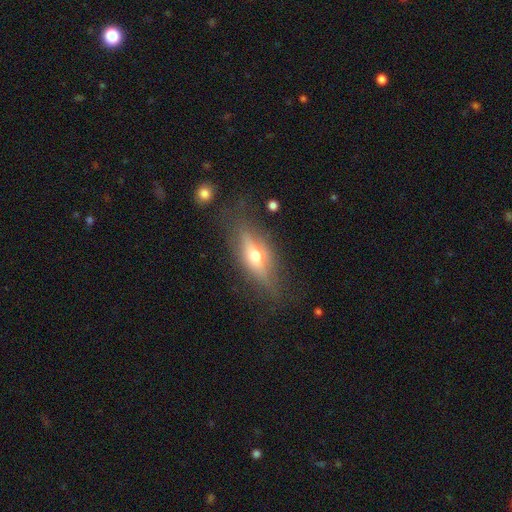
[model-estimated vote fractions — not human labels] Q: Smooth or featured?
A: featured or disk (50%); runner-up: smooth (40%)
Q: Edge-on disk?
A: yes (80%); runner-up: no (20%)
Q: Merging?
A: none (75%); runner-up: minor disturbance (16%)